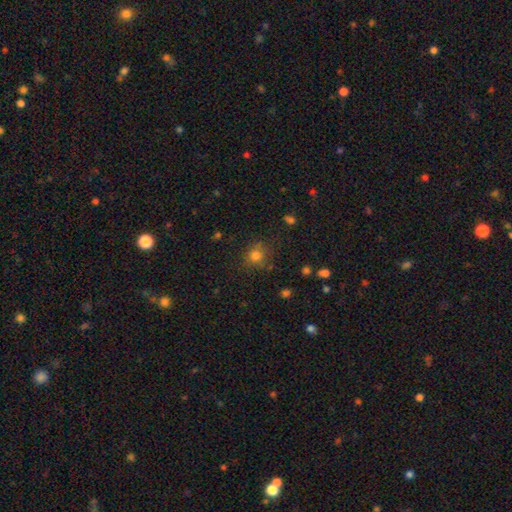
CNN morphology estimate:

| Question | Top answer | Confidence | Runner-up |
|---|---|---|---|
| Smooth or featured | smooth | 77% | star or artifact (15%) |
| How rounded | round | 84% | in between (15%) |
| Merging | none | 78% | minor disturbance (15%) |